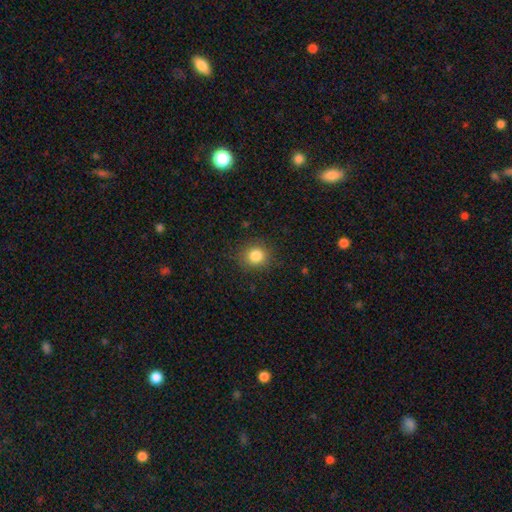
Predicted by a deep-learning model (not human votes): Smooth or featured? Predicted: smooth (p=0.83). How rounded? Predicted: round (p=0.82). Merging? Predicted: none (p=0.87).